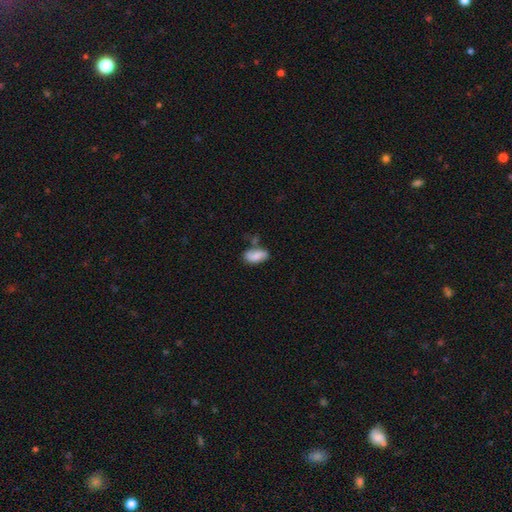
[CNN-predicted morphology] This is likely a smooth galaxy (68%). How rounded: clearly in between (91%). Merging: possibly none (51%).